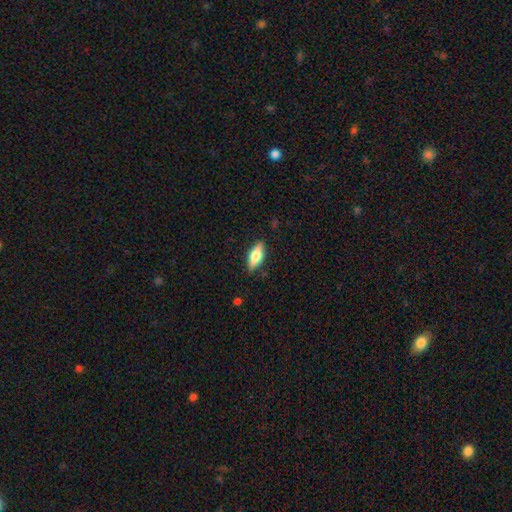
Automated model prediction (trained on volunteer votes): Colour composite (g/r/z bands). It shows a smooth galaxy with no disk features (65%) that is in between round and cigar-shaped (76%). Merging: none (85%).